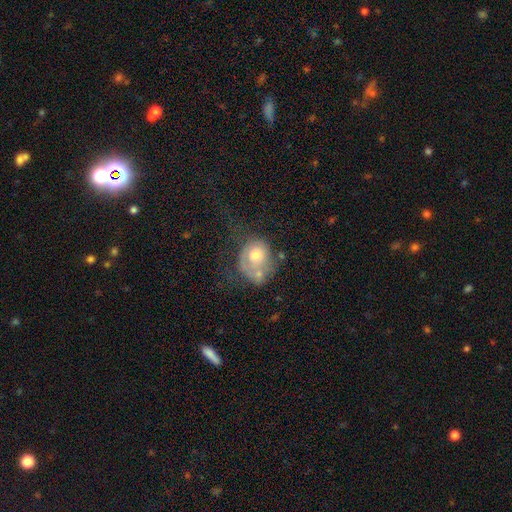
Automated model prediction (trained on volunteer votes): Overall: smooth (60%; featured or disk 32%). How rounded: round (65%; in between 34%). Merging: merger (32%; none 26%).